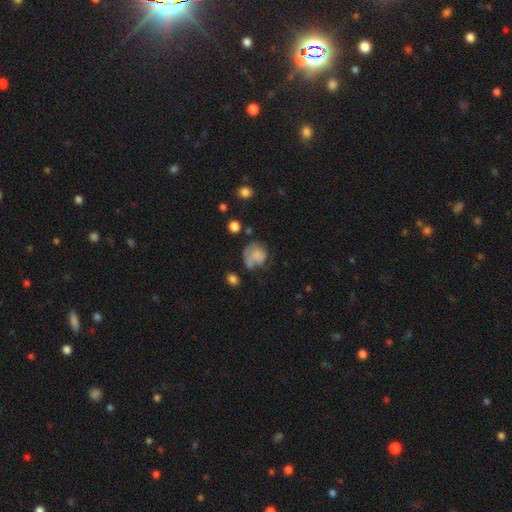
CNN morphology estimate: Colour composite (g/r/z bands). It shows a smooth galaxy with no disk features (60%) that is round (65%). Merging: none (36%).